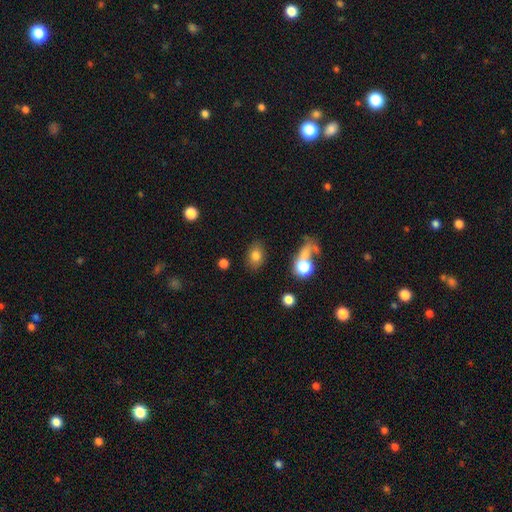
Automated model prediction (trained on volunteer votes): smooth-or-featured: smooth: 77% | star or artifact: 12% | featured or disk: 11%
  how-rounded: in between: 68% | round: 30% | cigar-shaped: 2%
  merging: none: 80% | minor disturbance: 11% | major disturbance: 5% | merger: 5%